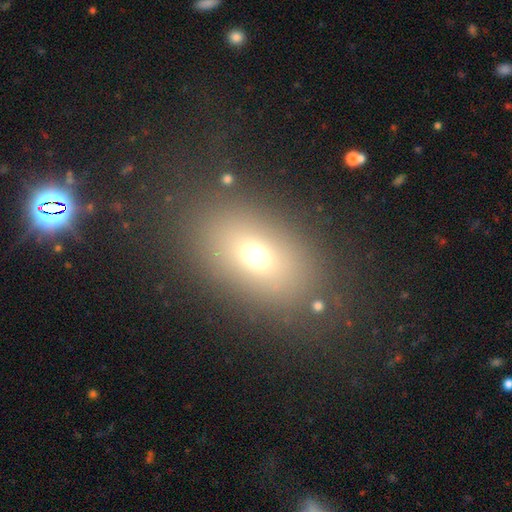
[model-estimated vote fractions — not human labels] Morphology: type=smooth (67%); roundness=in between (80%); merging=none (80%).